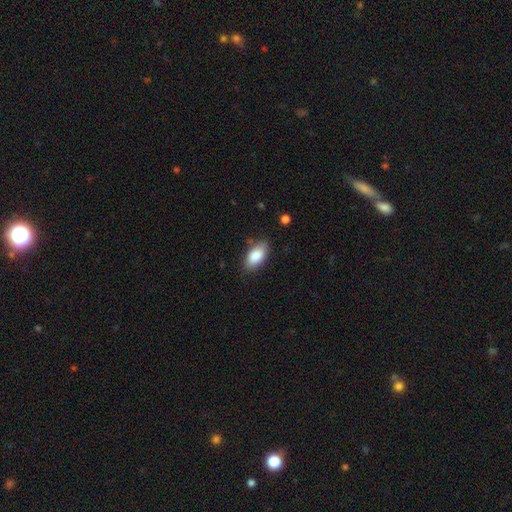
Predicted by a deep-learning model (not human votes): A smooth galaxy with no disk features (86%) that is in between round and cigar-shaped (91%). Merging: none (80%).